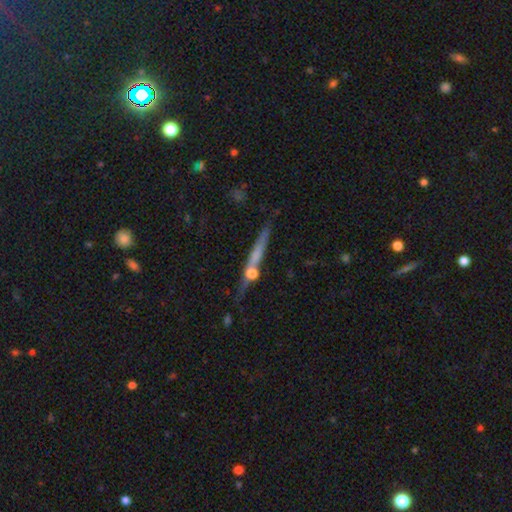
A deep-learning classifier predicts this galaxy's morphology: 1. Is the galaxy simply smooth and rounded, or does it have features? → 57% featured or disk, 34% smooth, 9% star or artifact.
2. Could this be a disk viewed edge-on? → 94% yes, 6% no.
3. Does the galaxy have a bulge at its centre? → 61% rounded, 31% none, 9% boxy.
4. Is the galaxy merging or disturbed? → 71% none, 13% minor disturbance, 11% merger, 4% major disturbance.